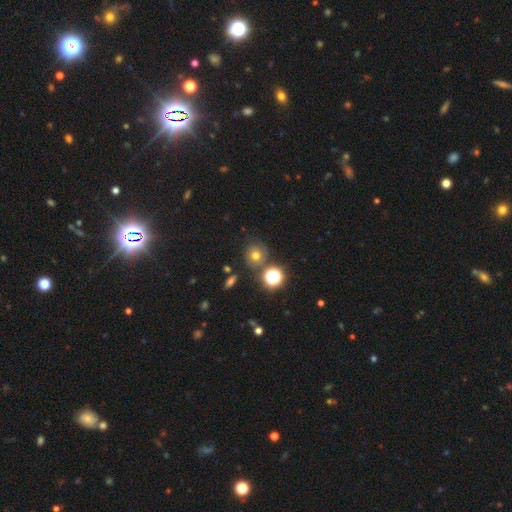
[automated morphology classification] A smooth galaxy with no disk features (55%) that is round (86%).

Vote fractions:
- Smooth or featured? smooth: 55% / star or artifact: 24% / featured or disk: 21%
- How rounded? round: 86% / in between: 13% / cigar-shaped: 1%
- Merging? none: 69% / minor disturbance: 16% / merger: 8% / major disturbance: 7%